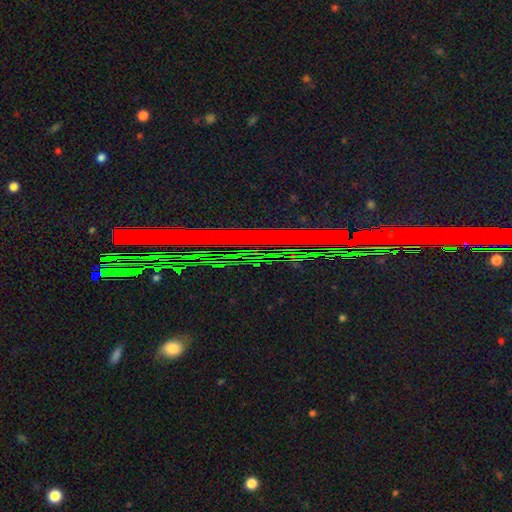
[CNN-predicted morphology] Overall: star or artifact (82%).